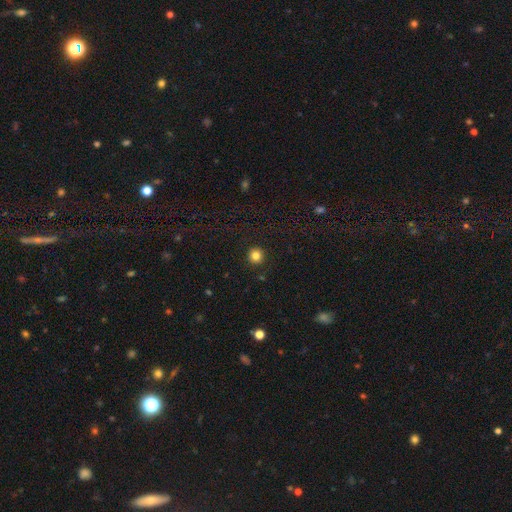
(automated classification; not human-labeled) This appears to be a smooth galaxy with no disk features (83%) that is round (95%). Merging: none (93%).